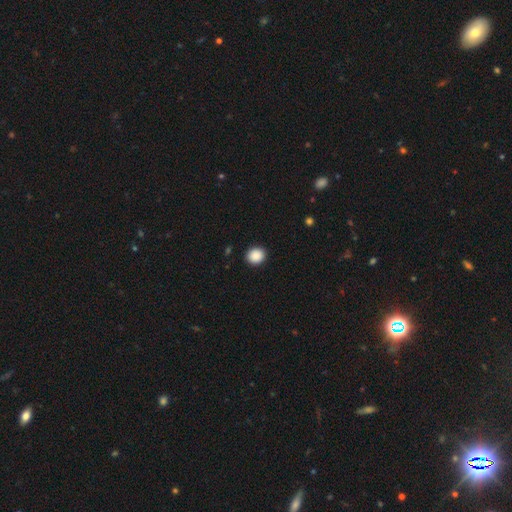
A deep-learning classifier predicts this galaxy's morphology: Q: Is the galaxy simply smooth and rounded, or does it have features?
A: smooth — 90%.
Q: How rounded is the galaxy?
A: round — 68%.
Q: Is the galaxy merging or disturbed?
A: none — 91%.